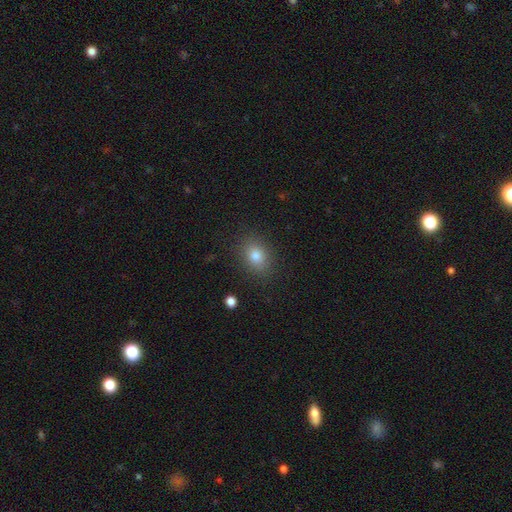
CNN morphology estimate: smooth_or_featured: smooth (p=0.79) [alt: star or artifact p=0.12]
how_rounded: in between (p=0.56) [alt: round p=0.43]
merging: none (p=0.87) [alt: minor disturbance p=0.09]